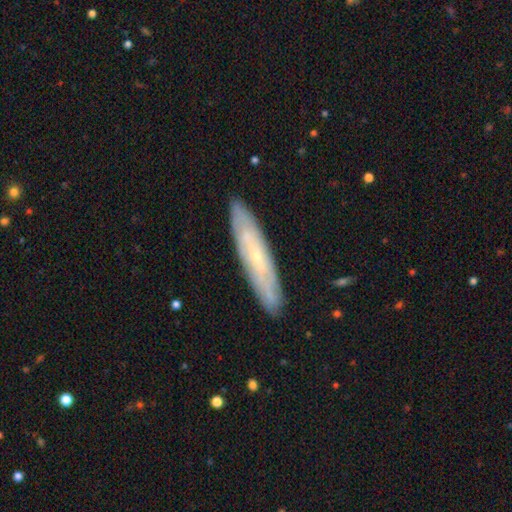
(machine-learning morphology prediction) The model was most divided on "edge-on disk": yes: 51%, no: 49%. More confident: merging — none (88%); smooth or featured — featured or disk (63%).